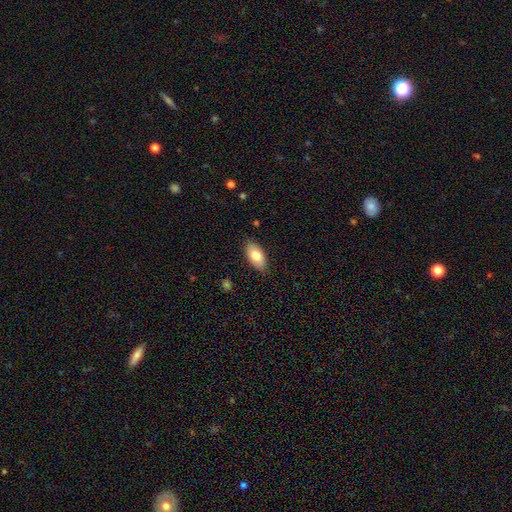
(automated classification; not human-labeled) Overall: smooth (78%). How rounded: in between (94%). Merging: none (85%).